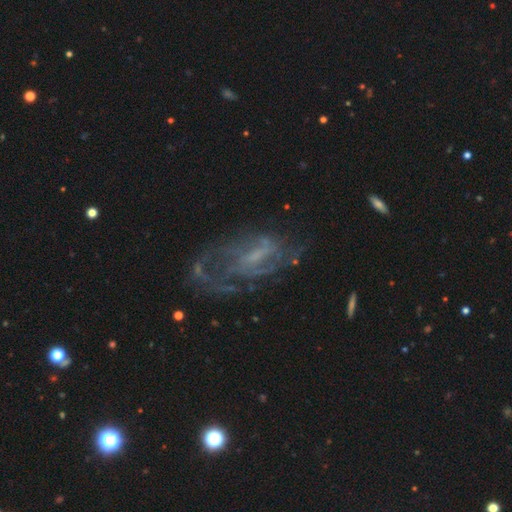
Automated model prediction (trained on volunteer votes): Smooth or featured?
  - featured or disk: 76% *
  - smooth: 13%
  - star or artifact: 11%
Edge-on disk?
  - no: 95% *
  - yes: 5%
Bar?
  - weak: 45% *
  - no: 40%
  - strong: 14%
Spiral arms?
  - yes: 76% *
  - no: 24%
Spiral winding?
  - medium: 41% *
  - tight: 32%
  - loose: 27%
Spiral arm count?
  - can't tell: 42% *
  - 2: 27%
  - 1: 12%
  - 3: 11%
  - 4: 4%
  - more than 4: 3%
Bulge size?
  - small: 38% *
  - none: 37%
  - moderate: 21%
  - large: 3%
  - dominant: 1%
Merging?
  - none: 46% *
  - major disturbance: 30%
  - minor disturbance: 20%
  - merger: 4%